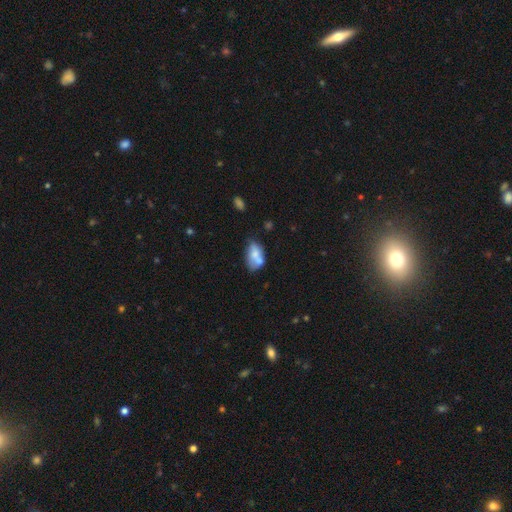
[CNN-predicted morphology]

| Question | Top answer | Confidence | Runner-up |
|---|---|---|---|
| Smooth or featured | smooth | 63% | featured or disk (29%) |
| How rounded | in between | 88% | round (9%) |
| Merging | merger | 38% | none (30%) |